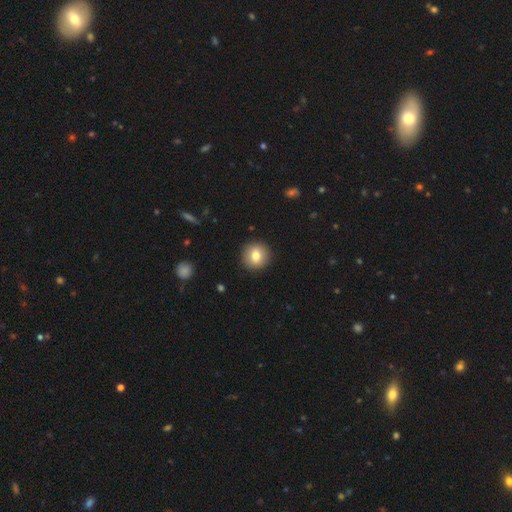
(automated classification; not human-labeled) Smooth or featured: smooth — 78% (featured or disk — 13%)
How rounded: round — 93% (in between — 6%)
Merging: none — 91% (minor disturbance — 6%)